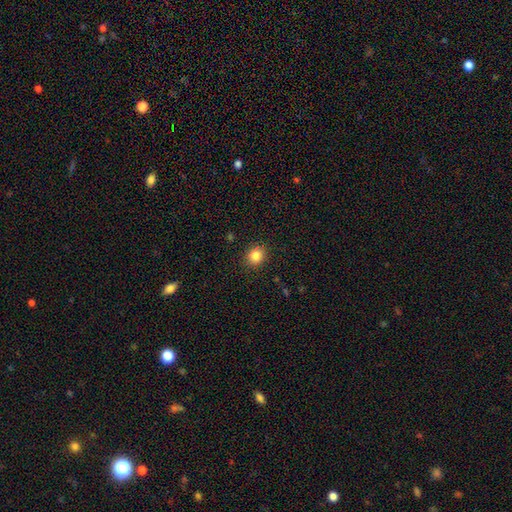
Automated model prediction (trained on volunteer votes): Q: Smooth or featured?
A: smooth (84%); runner-up: star or artifact (11%)
Q: How rounded?
A: round (75%); runner-up: in between (24%)
Q: Merging?
A: none (90%); runner-up: minor disturbance (7%)